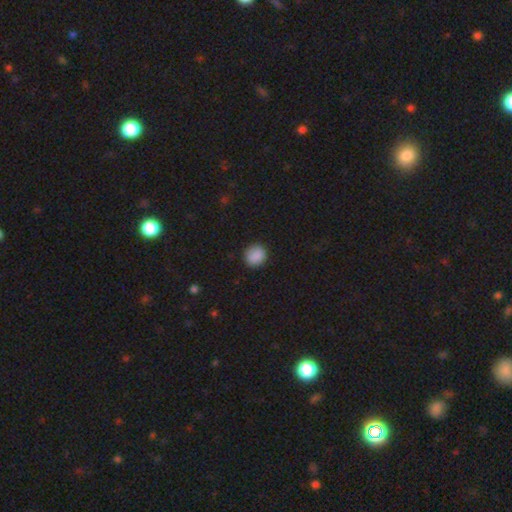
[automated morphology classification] Smooth or featured?
  - smooth: 88% *
  - star or artifact: 9%
  - featured or disk: 3%
How rounded?
  - round: 83% *
  - in between: 16%
  - cigar-shaped: 1%
Merging?
  - none: 89% *
  - minor disturbance: 8%
  - major disturbance: 2%
  - merger: 1%